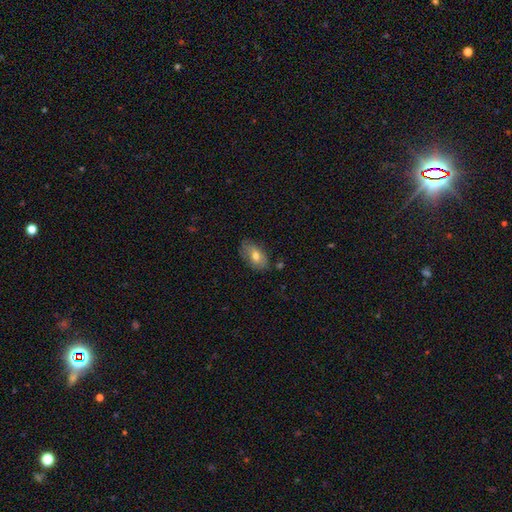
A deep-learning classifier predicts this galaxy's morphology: Q: Smooth or featured?
A: smooth (70%); runner-up: featured or disk (22%)
Q: How rounded?
A: in between (91%); runner-up: round (7%)
Q: Merging?
A: none (73%); runner-up: minor disturbance (21%)